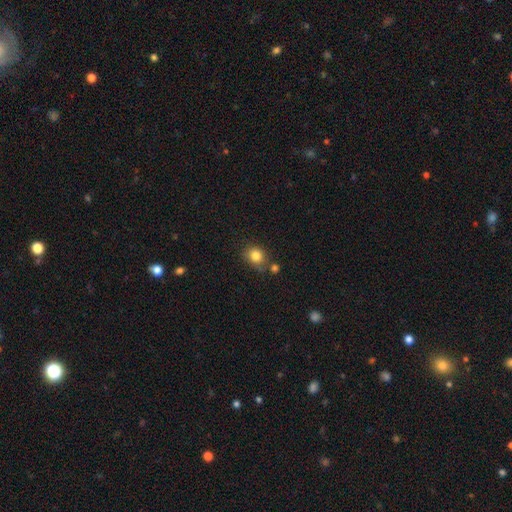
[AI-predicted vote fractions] A smooth galaxy with no disk features (83%) that is round (69%). Merging: none (69%).